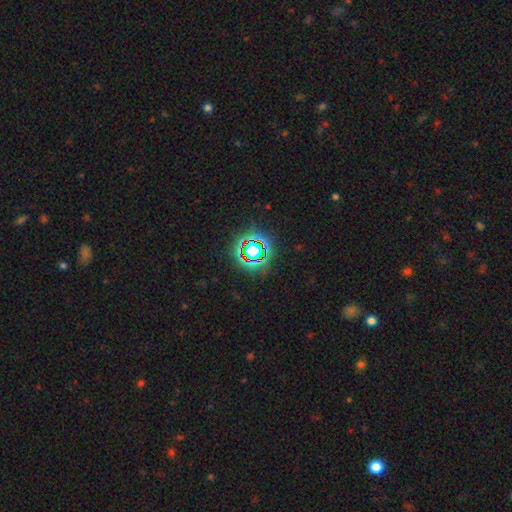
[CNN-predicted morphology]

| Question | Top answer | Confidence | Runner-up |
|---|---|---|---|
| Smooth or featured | star or artifact | 67% | smooth (21%) |